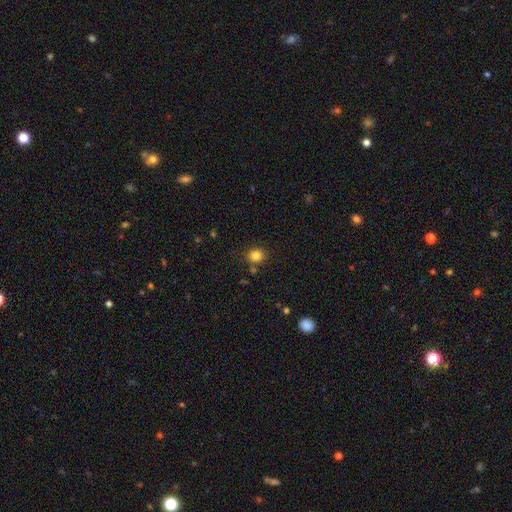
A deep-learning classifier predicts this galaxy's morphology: The model was most divided on "how rounded": round: 77%, in between: 22%, cigar-shaped: 1%. More confident: merging — none (84%); smooth or featured — smooth (83%).